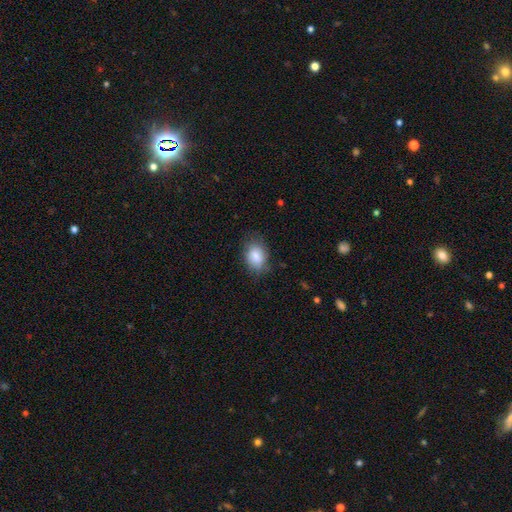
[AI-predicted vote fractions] This appears to be a smooth galaxy with no disk features (81%) that is in between round and cigar-shaped (72%). Merging: none (72%).